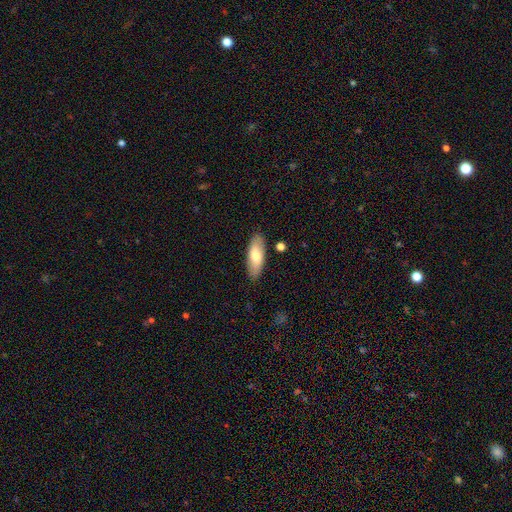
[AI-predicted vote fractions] smooth 72%, featured or disk 22%, star or artifact 6%. Down the decision tree: how rounded — in between (74%); merging — none (86%).